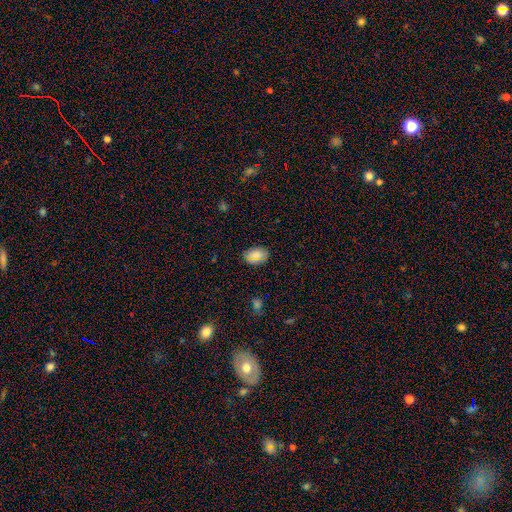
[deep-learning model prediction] Overall: smooth (80%). How rounded: in between (87%). Merging: none (83%).